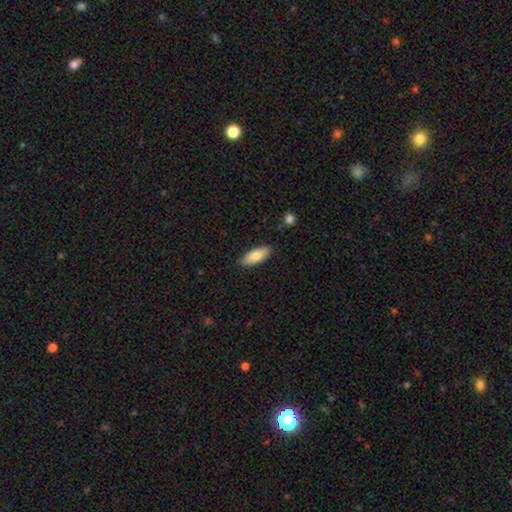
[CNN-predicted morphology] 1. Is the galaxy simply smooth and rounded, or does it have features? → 81% smooth, 13% featured or disk, 6% star or artifact.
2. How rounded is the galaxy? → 75% in between, 23% cigar-shaped, 2% round.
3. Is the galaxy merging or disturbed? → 86% none, 11% minor disturbance, 2% major disturbance, 1% merger.